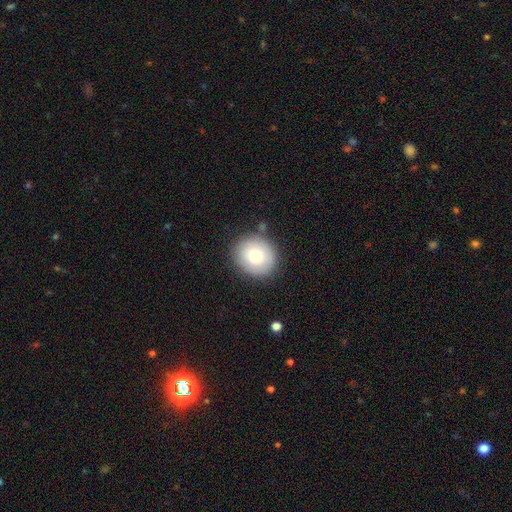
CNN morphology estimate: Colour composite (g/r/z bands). It shows a smooth galaxy with no disk features (79%) that is round (82%). Merging: none (83%).